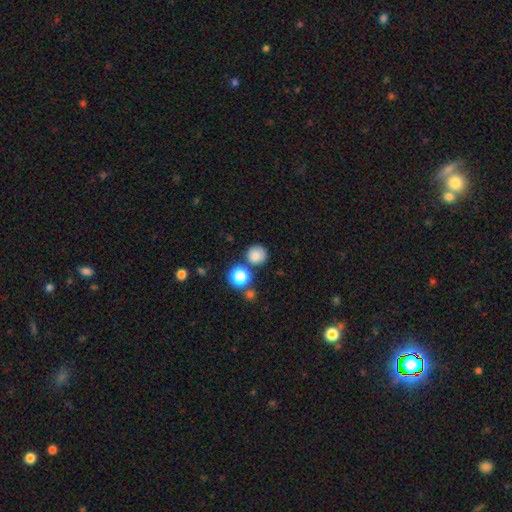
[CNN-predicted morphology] smooth_or_featured: smooth (p=0.81) [alt: star or artifact p=0.13]
how_rounded: round (p=0.92) [alt: in between p=0.07]
merging: none (p=0.77) [alt: merger p=0.10]